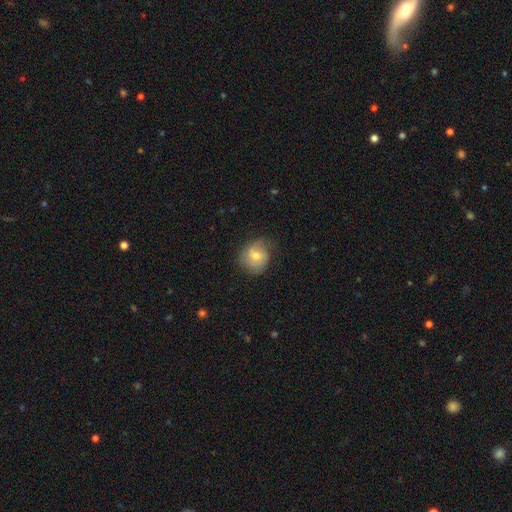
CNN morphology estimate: The model was most divided on "smooth or featured": smooth: 58%, featured or disk: 34%, star or artifact: 8%. More confident: how rounded — round (74%); merging — none (63%).